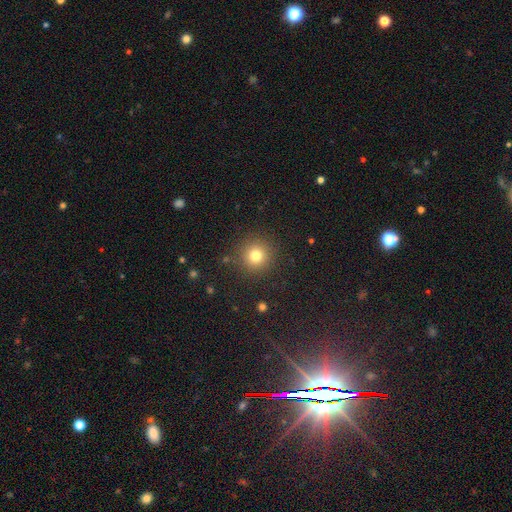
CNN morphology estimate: Smooth or featured? Predicted: smooth (p=0.78). How rounded? Predicted: round (p=0.94). Merging? Predicted: none (p=0.89).